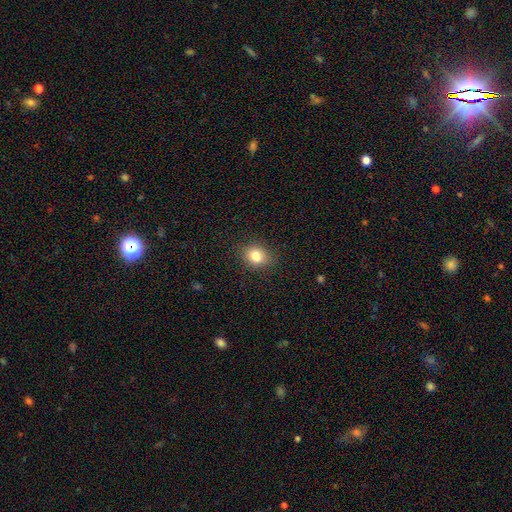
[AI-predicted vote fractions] Q: Smooth or featured?
A: smooth (82%); runner-up: star or artifact (11%)
Q: How rounded?
A: in between (52%); runner-up: round (47%)
Q: Merging?
A: none (85%); runner-up: minor disturbance (11%)